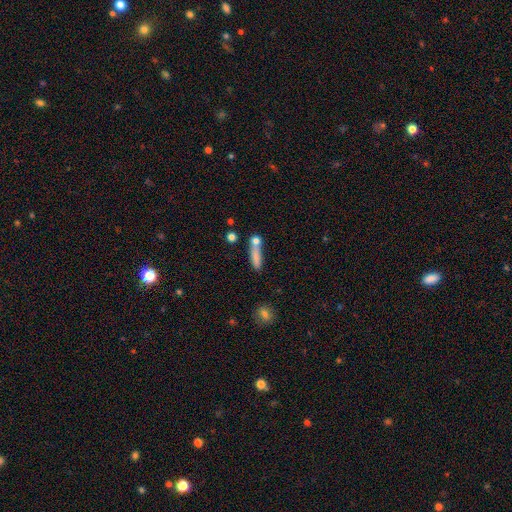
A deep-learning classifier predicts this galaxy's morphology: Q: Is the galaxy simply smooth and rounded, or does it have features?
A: smooth — 74%.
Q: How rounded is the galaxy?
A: cigar-shaped — 75%.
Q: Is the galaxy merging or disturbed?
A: none — 53%.